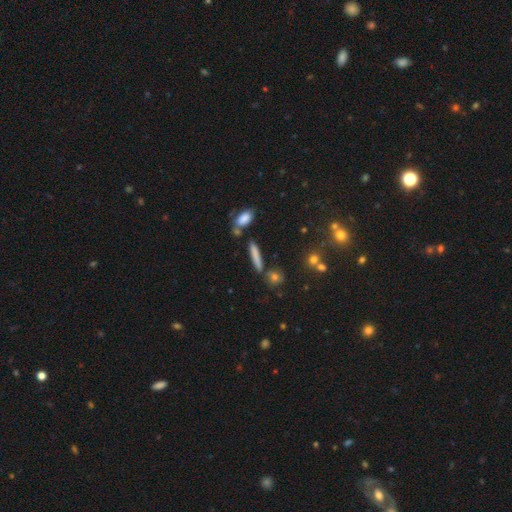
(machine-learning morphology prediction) Q: Smooth or featured?
A: smooth (73%); runner-up: featured or disk (18%)
Q: How rounded?
A: cigar-shaped (86%); runner-up: in between (11%)
Q: Merging?
A: none (77%); runner-up: minor disturbance (11%)